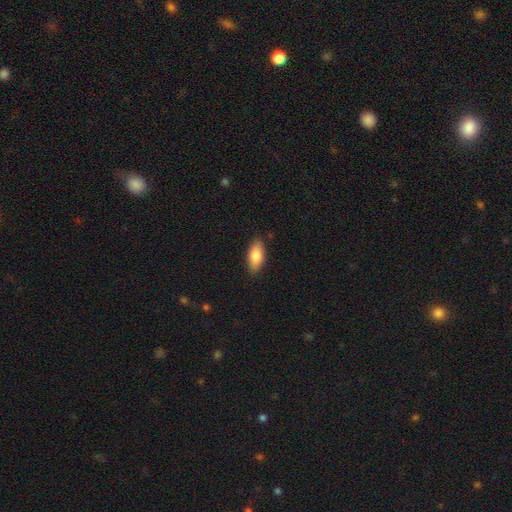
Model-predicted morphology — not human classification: Smooth or featured? smooth (83%)
How rounded? in between (86%)
Merging? none (87%)